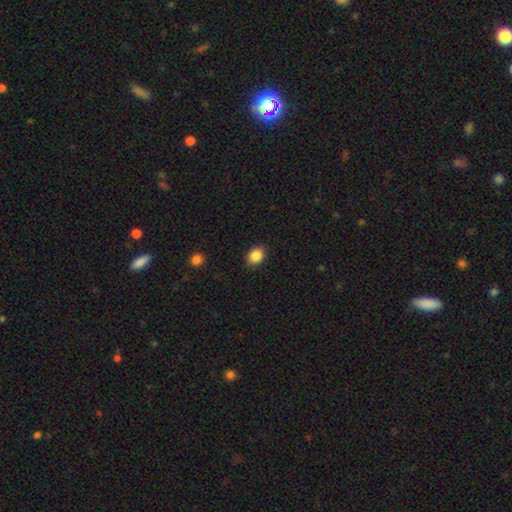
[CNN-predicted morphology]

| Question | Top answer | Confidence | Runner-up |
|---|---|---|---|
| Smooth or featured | smooth | 87% | star or artifact (9%) |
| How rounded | in between | 58% | round (41%) |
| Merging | none | 88% | minor disturbance (9%) |